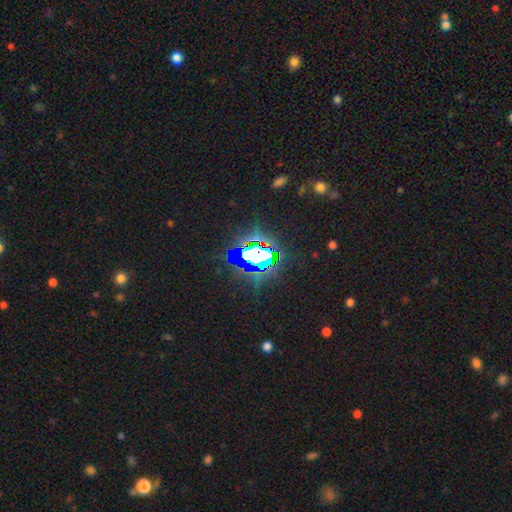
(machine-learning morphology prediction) star or artifact 67%, smooth 19%, featured or disk 14%.